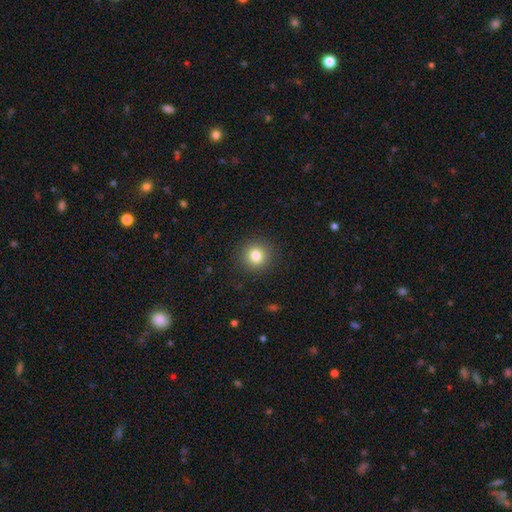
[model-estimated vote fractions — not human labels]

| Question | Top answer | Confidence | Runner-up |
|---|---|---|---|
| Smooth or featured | smooth | 81% | star or artifact (11%) |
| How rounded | round | 92% | in between (7%) |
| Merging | none | 91% | minor disturbance (6%) |